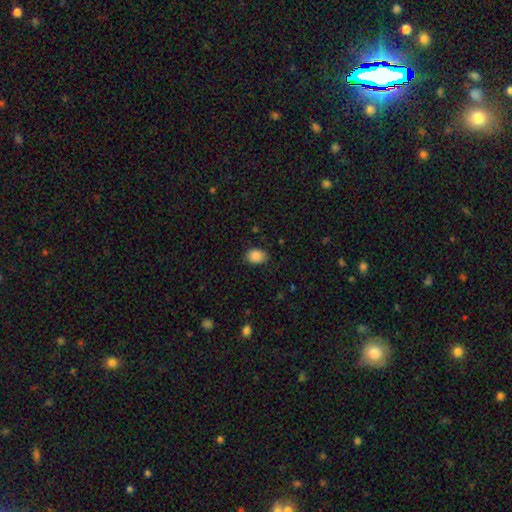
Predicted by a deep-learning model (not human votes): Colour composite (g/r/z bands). It shows a smooth galaxy with no disk features (87%) that is in between round and cigar-shaped (68%). Merging: none (81%).